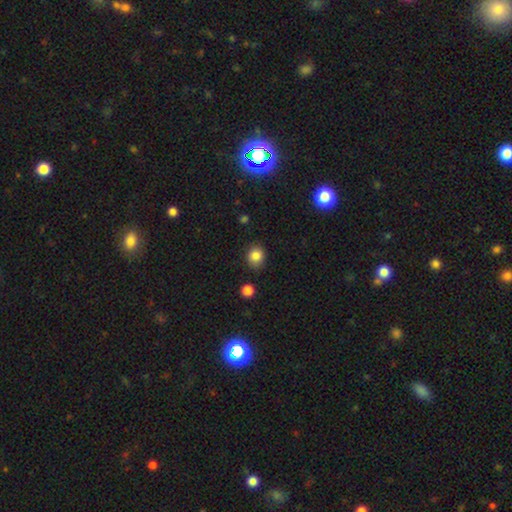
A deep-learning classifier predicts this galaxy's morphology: smooth 85%, star or artifact 11%, featured or disk 5%. Down the decision tree: how rounded — round (78%); merging — none (84%).